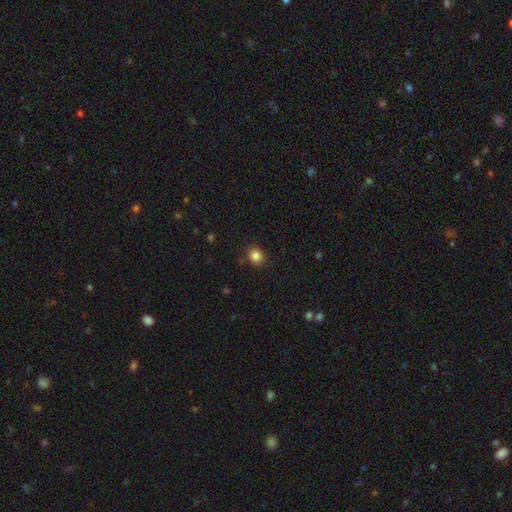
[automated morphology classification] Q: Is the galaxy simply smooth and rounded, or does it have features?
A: smooth — 85%.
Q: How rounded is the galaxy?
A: round — 73%.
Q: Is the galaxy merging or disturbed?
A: none — 88%.